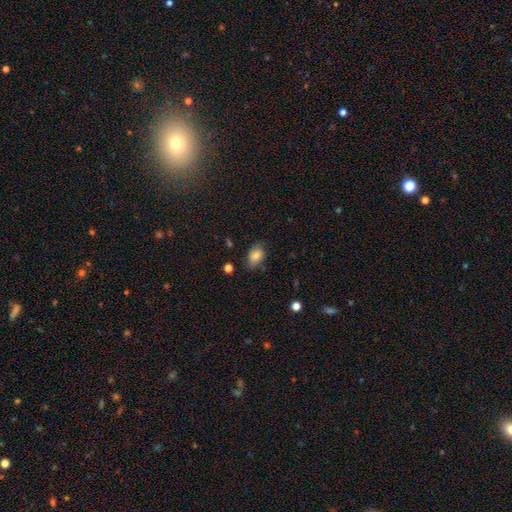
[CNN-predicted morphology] smooth 82%, featured or disk 10%, star or artifact 9%. Down the decision tree: how rounded — in between (83%); merging — none (72%).